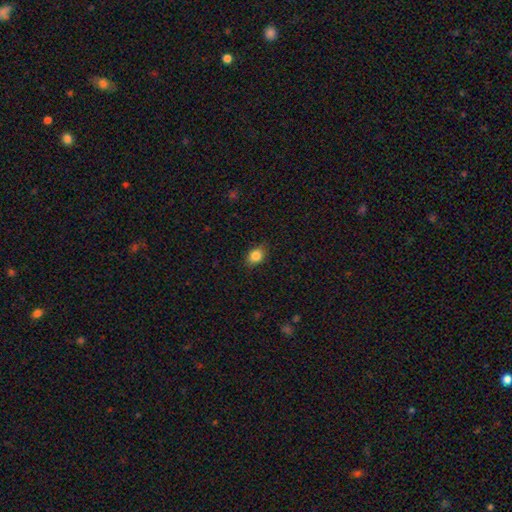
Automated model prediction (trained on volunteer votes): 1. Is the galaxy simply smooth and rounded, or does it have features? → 84% smooth, 10% star or artifact, 6% featured or disk.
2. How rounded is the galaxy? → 62% in between, 36% round, 2% cigar-shaped.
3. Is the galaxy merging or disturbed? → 84% none, 13% minor disturbance, 3% major disturbance, 1% merger.